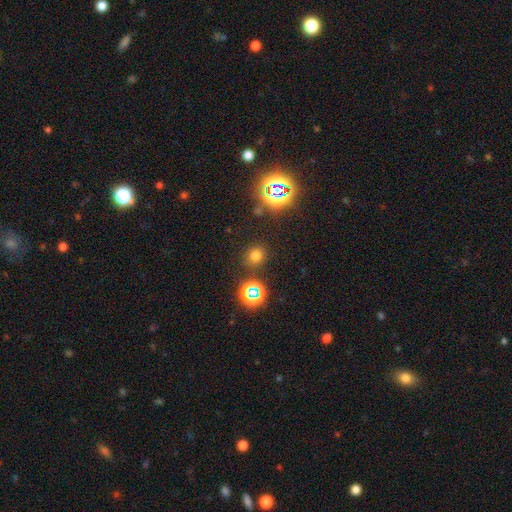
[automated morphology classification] Smooth or featured? smooth (67%)
How rounded? round (84%)
Merging? none (86%)